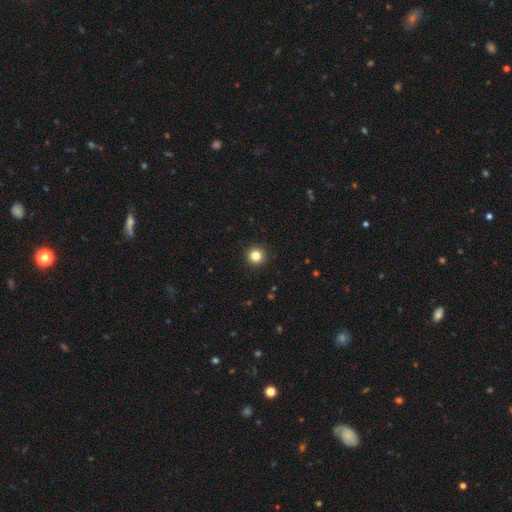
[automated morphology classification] A smooth galaxy with no disk features (82%) that is round (96%).

Vote fractions:
- Smooth or featured? smooth: 82% / star or artifact: 12% / featured or disk: 5%
- How rounded? round: 96% / in between: 3% / cigar-shaped: 1%
- Merging? none: 94% / minor disturbance: 4% / major disturbance: 2% / merger: 1%